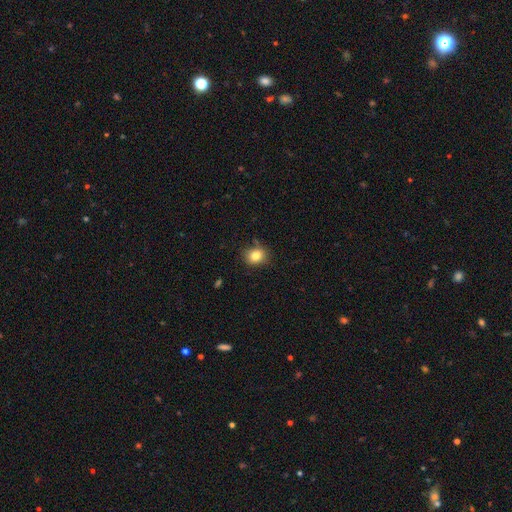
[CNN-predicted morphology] Smooth or featured? Predicted: smooth (p=0.81). How rounded? Predicted: round (p=0.67). Merging? Predicted: none (p=0.77).